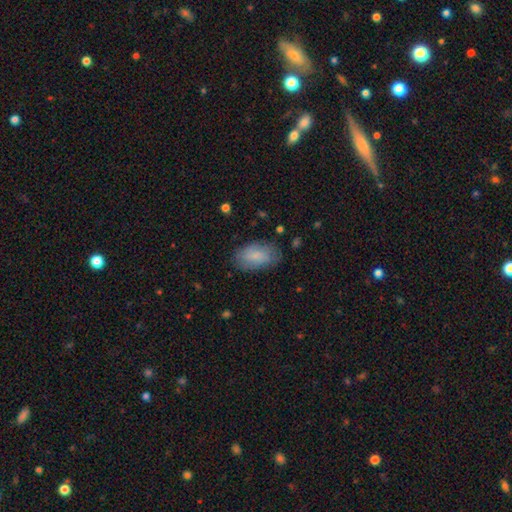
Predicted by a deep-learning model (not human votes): Overall: smooth (77%). How rounded: in between (93%). Merging: none (75%).